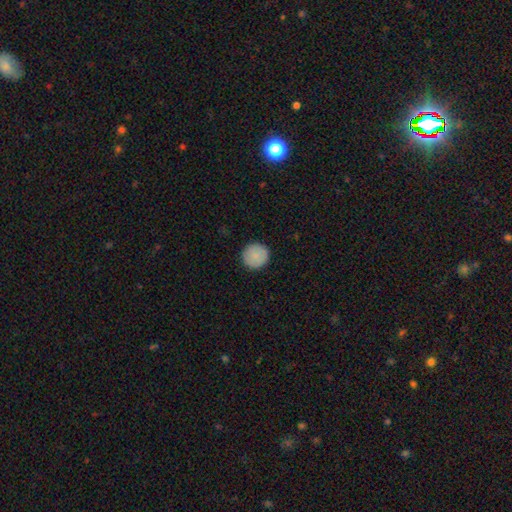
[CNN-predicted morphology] smooth-or-featured: smooth: 87% | featured or disk: 6% | star or artifact: 6%
  how-rounded: round: 95% | in between: 4% | cigar-shaped: 1%
  merging: none: 91% | minor disturbance: 6% | major disturbance: 2% | merger: 1%